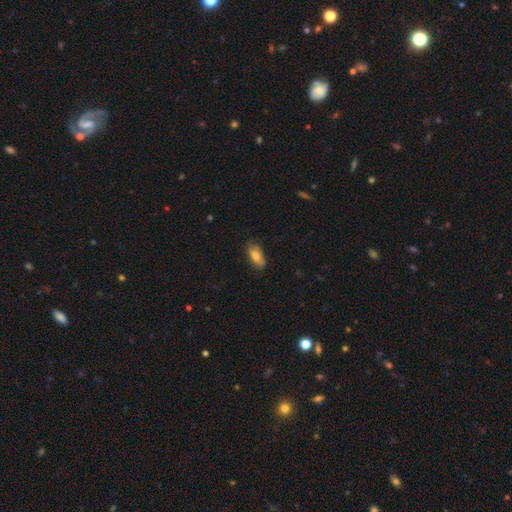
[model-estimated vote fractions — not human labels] A smooth galaxy with no disk features (78%) that is in between round and cigar-shaped (85%).

Vote fractions:
- Smooth or featured? smooth: 78% / featured or disk: 15% / star or artifact: 7%
- How rounded? in between: 85% / cigar-shaped: 12% / round: 3%
- Merging? none: 75% / minor disturbance: 20% / major disturbance: 3% / merger: 1%